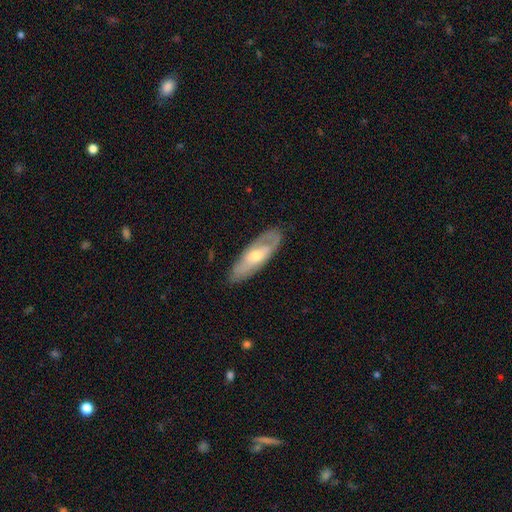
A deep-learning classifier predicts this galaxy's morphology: Smooth or featured: featured or disk — 57% (smooth — 38%)
Edge-on disk: no — 72% (yes — 28%)
Merging: none — 79% (minor disturbance — 15%)